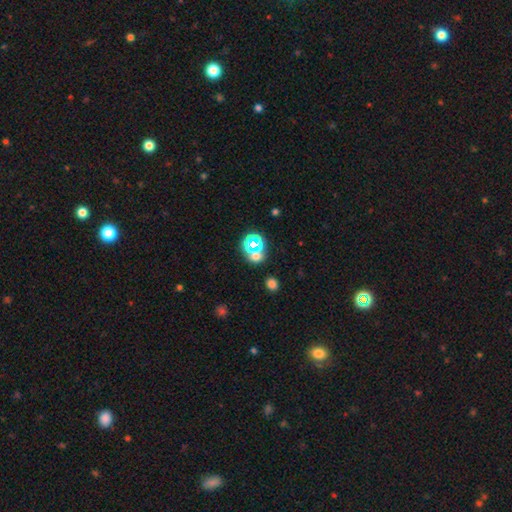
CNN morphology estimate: This is possibly a star or artifact rather than a galaxy (45%).